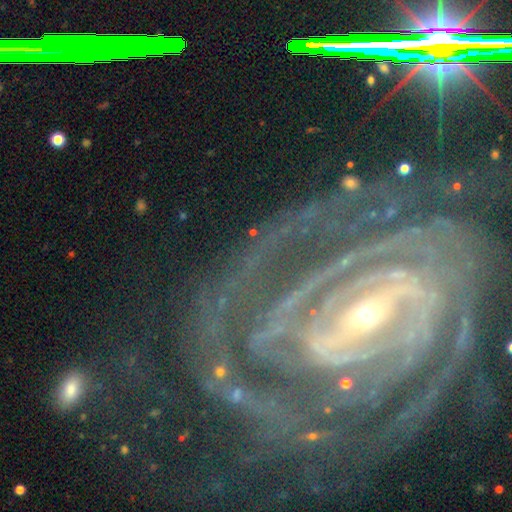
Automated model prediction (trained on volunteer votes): smooth_or_featured: featured or disk (p=0.85) [alt: star or artifact p=0.09]
disk_edge_on: no (p=0.95) [alt: yes p=0.05]
bar: strong (p=0.56) [alt: weak p=0.24]
has_spiral_arms: yes (p=0.95) [alt: no p=0.05]
spiral_winding: tight (p=0.72) [alt: medium p=0.22]
spiral_arm_count: 2 (p=0.26) [alt: can't tell p=0.23]
bulge_size: small (p=0.71) [alt: moderate p=0.24]
merging: none (p=0.69) [alt: minor disturbance p=0.15]